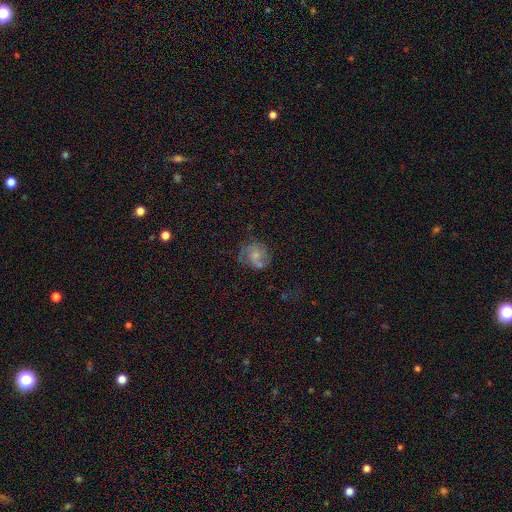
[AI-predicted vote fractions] This is possibly a featured or disk galaxy (46%). Merging: possibly none (52%).